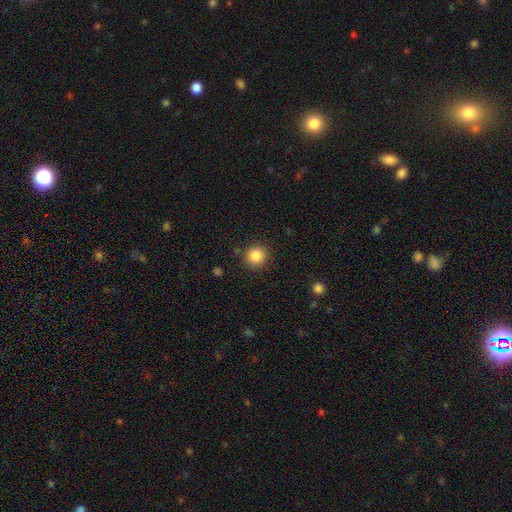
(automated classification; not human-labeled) Smooth or featured? Predicted: smooth (p=0.86). How rounded? Predicted: round (p=0.94). Merging? Predicted: none (p=0.90).